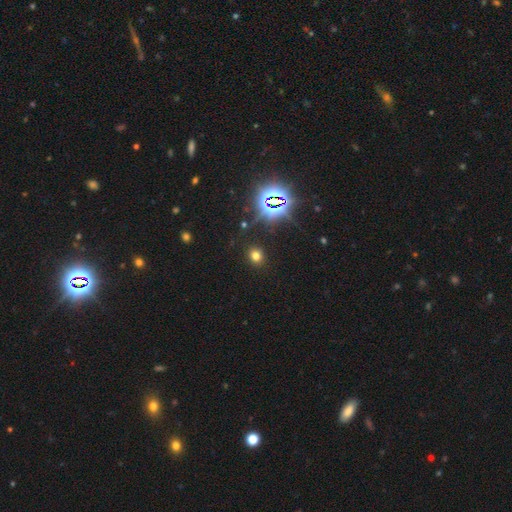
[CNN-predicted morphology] Smooth or featured: smooth — 67% (star or artifact — 26%)
How rounded: round — 71% (in between — 28%)
Merging: none — 88% (minor disturbance — 7%)